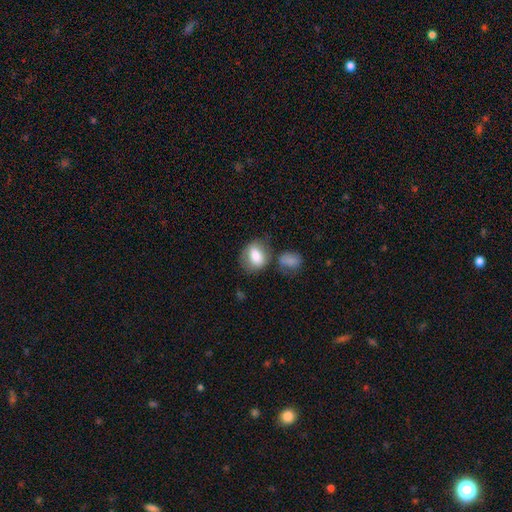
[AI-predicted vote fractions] smooth_or_featured: smooth (p=0.77) [alt: featured or disk p=0.16]
how_rounded: in between (p=0.60) [alt: round p=0.39]
merging: none (p=0.57) [alt: minor disturbance p=0.19]